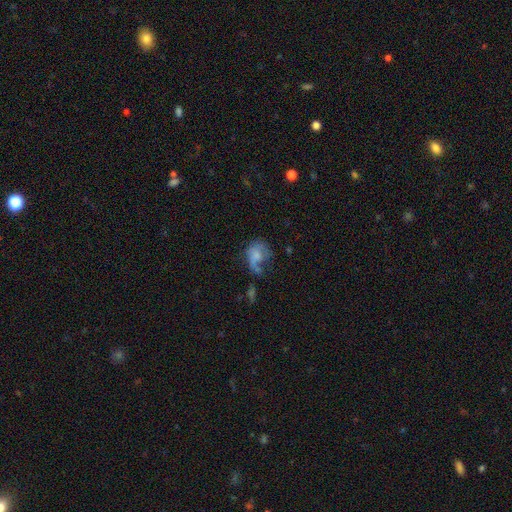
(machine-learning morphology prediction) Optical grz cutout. It shows a smooth galaxy with no disk features (54%) that is in between round and cigar-shaped (59%). Merging: major disturbance (37%).